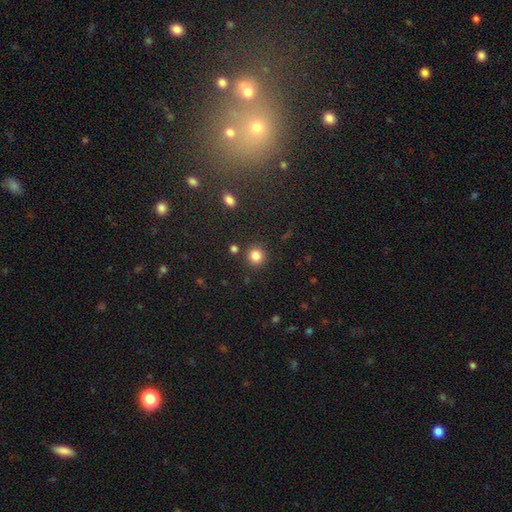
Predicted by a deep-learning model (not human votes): Smooth or featured? smooth (83%)
How rounded? round (89%)
Merging? none (85%)